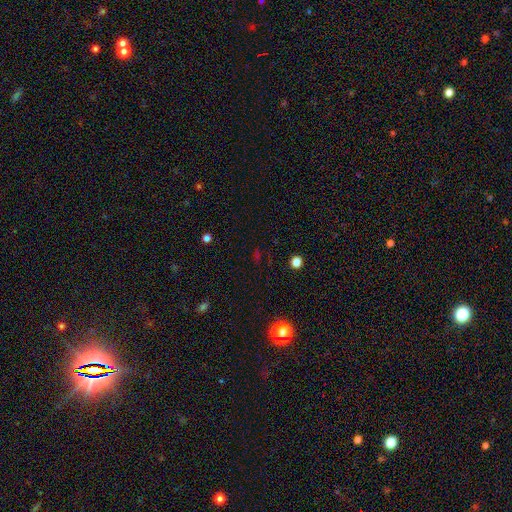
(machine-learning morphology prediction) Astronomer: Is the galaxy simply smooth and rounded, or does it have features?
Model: star or artifact — 59%.